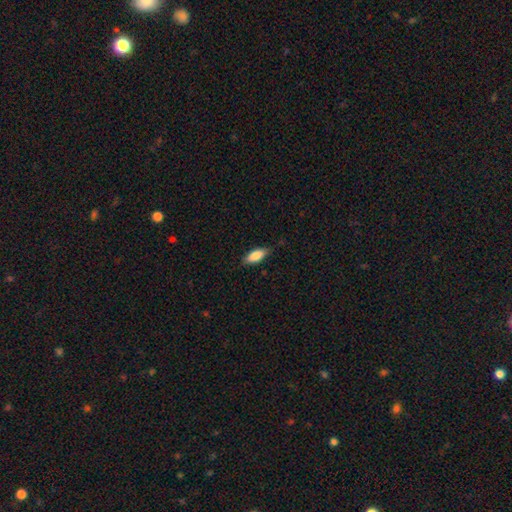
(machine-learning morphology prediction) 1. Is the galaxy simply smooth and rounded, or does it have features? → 85% smooth, 9% featured or disk, 6% star or artifact.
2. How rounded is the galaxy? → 78% in between, 20% cigar-shaped, 2% round.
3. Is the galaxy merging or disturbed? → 79% none, 17% minor disturbance, 3% major disturbance, 1% merger.